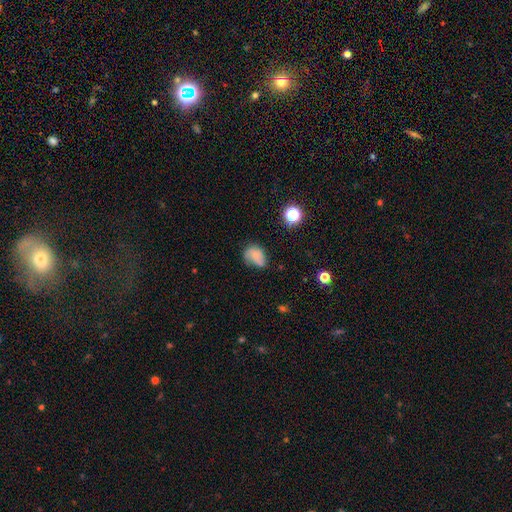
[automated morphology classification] This appears to be a smooth galaxy with no disk features (69%) that is in between round and cigar-shaped (67%). Merging: none (39%).